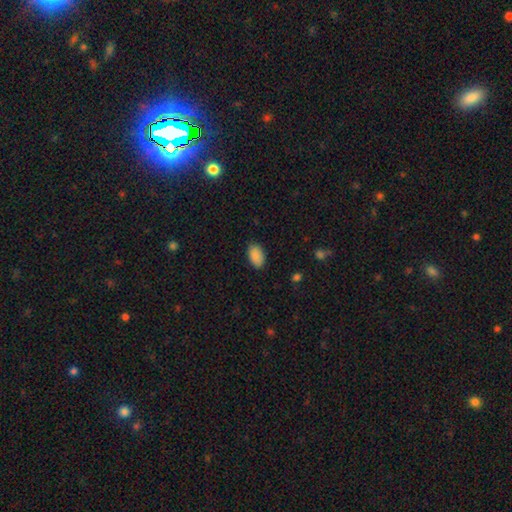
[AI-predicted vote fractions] The model was most divided on "merging": none: 87%, minor disturbance: 10%, major disturbance: 2%, merger: 1%. More confident: how rounded — in between (93%); smooth or featured — smooth (90%).